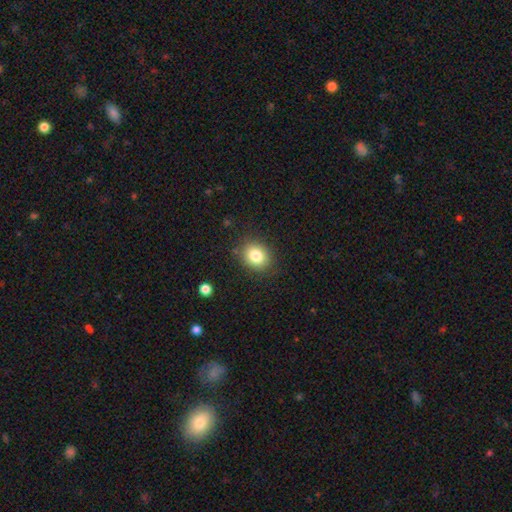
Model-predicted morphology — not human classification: type=smooth (82%); roundness=round (64%); merging=none (86%).